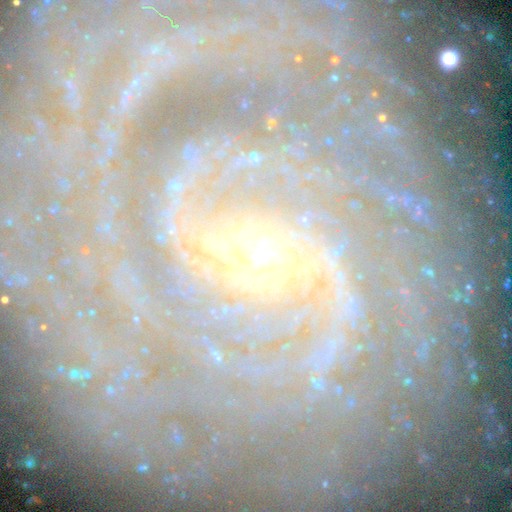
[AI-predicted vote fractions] Morphology: type=featured or disk (89%); edge-on=no (97%); bar=weak (40%); spiral arms=yes (98%); winding=tight (64%); arm count=2 (22%); bulge=small (73%); merging=none (65%).